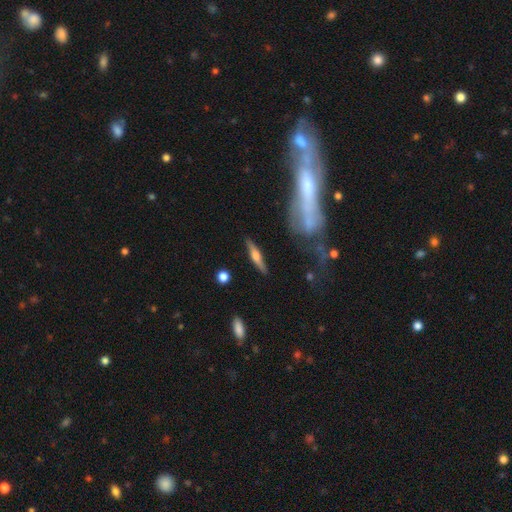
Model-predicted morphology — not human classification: smooth_or_featured: featured or disk (p=0.60) [alt: smooth p=0.33]
disk_edge_on: yes (p=0.95) [alt: no p=0.05]
edge_on_bulge: rounded (p=0.86) [alt: boxy p=0.08]
merging: none (p=0.87) [alt: minor disturbance p=0.09]